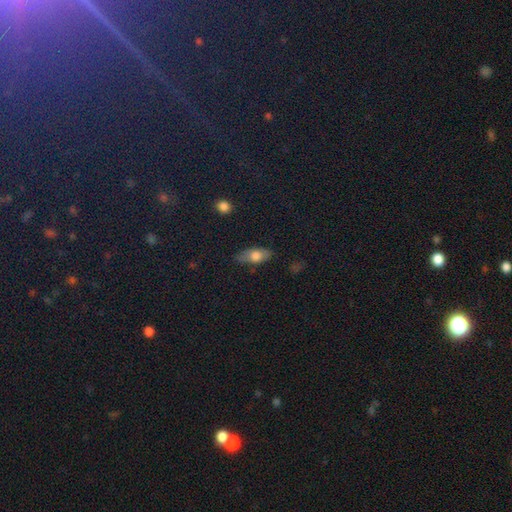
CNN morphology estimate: Smooth or featured?
  - smooth: 69% *
  - featured or disk: 24%
  - star or artifact: 7%
How rounded?
  - in between: 81% *
  - cigar-shaped: 15%
  - round: 4%
Merging?
  - none: 79% *
  - minor disturbance: 16%
  - major disturbance: 4%
  - merger: 2%